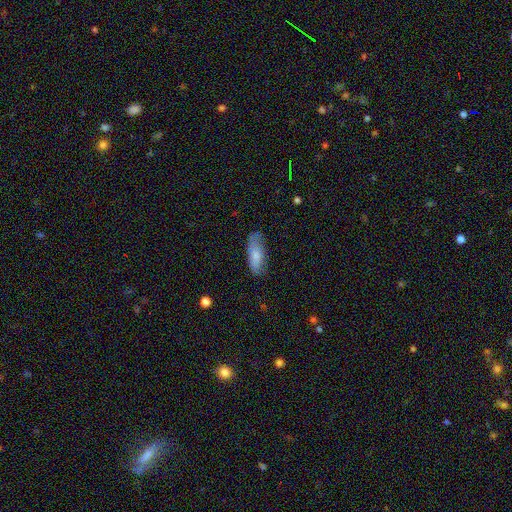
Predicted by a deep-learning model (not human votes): Smooth or featured?
  - smooth: 77% *
  - featured or disk: 17%
  - star or artifact: 6%
How rounded?
  - in between: 73% *
  - cigar-shaped: 25%
  - round: 2%
Merging?
  - none: 71% *
  - minor disturbance: 22%
  - major disturbance: 5%
  - merger: 1%